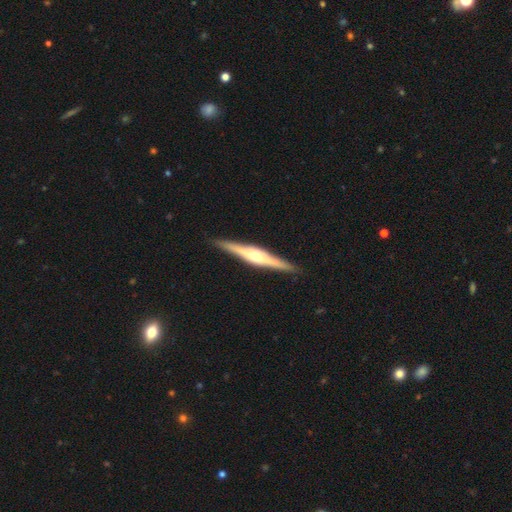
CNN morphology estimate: Q: Smooth or featured?
A: featured or disk (81%); runner-up: smooth (15%)
Q: Edge-on disk?
A: yes (98%); runner-up: no (2%)
Q: Edge-on bulge?
A: rounded (84%); runner-up: boxy (12%)
Q: Merging?
A: none (91%); runner-up: minor disturbance (7%)